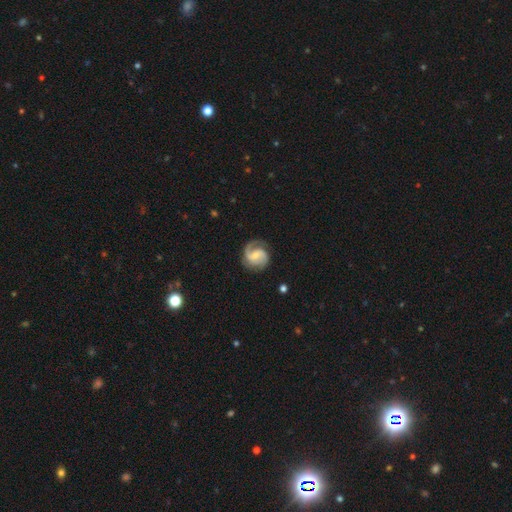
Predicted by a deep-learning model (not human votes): smooth_or_featured: featured or disk (p=0.83) [alt: smooth p=0.12]
disk_edge_on: no (p=0.98) [alt: yes p=0.02]
bar: weak (p=0.47) [alt: no p=0.40]
has_spiral_arms: yes (p=0.97) [alt: no p=0.03]
spiral_winding: medium (p=0.50) [alt: tight p=0.29]
spiral_arm_count: 2 (p=0.70) [alt: 1 p=0.23]
bulge_size: small (p=0.54) [alt: moderate p=0.31]
merging: none (p=0.71) [alt: minor disturbance p=0.18]